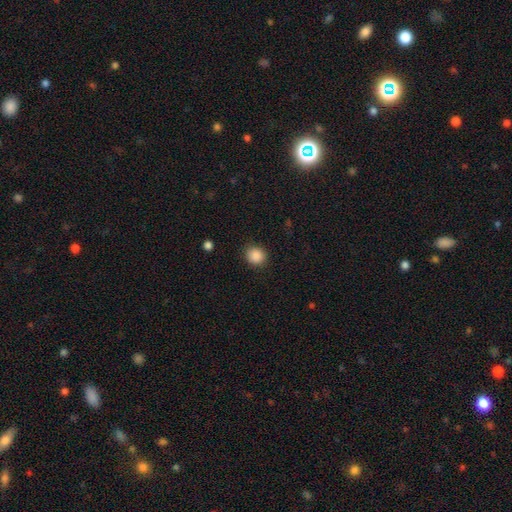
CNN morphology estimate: type=smooth (88%); roundness=round (85%); merging=none (89%).